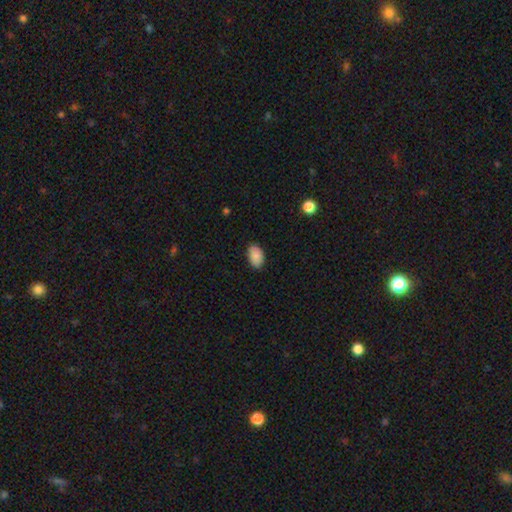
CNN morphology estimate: A smooth galaxy with no disk features (89%) that is in between round and cigar-shaped (91%). Merging: none (85%).